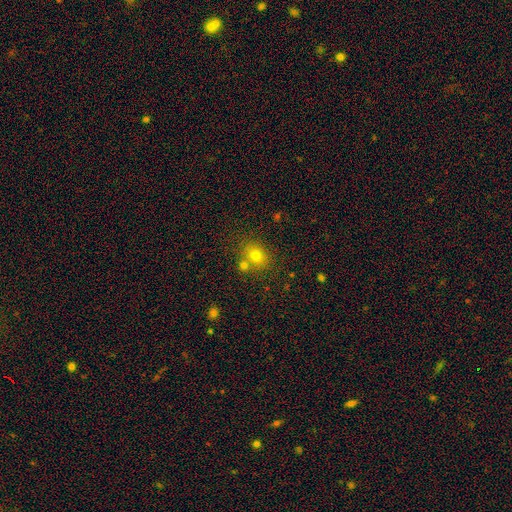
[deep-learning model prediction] smooth-or-featured: smooth: 74% | star or artifact: 16% | featured or disk: 11%
  how-rounded: round: 68% | in between: 32% | cigar-shaped: 1%
  merging: none: 65% | merger: 22% | minor disturbance: 10% | major disturbance: 3%